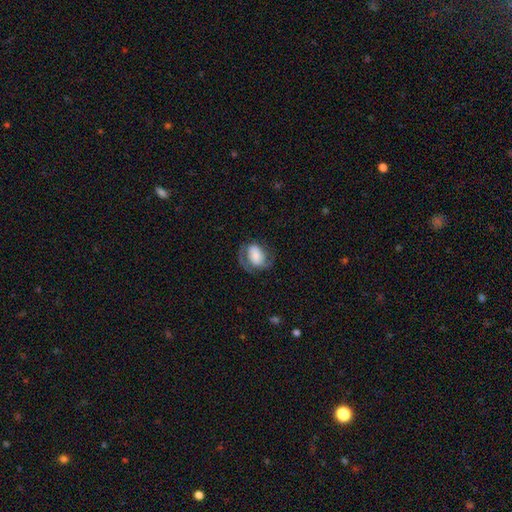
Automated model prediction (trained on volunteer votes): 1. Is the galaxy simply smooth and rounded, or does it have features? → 59% featured or disk, 34% smooth, 7% star or artifact.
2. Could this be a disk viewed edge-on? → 96% no, 4% yes.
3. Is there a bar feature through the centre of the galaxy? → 49% no, 31% weak, 20% strong.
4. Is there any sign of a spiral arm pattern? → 84% yes, 16% no.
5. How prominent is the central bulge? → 38% small, 33% moderate, 17% large, 7% none, 5% dominant.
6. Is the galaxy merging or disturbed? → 55% none, 22% minor disturbance, 21% major disturbance, 2% merger.